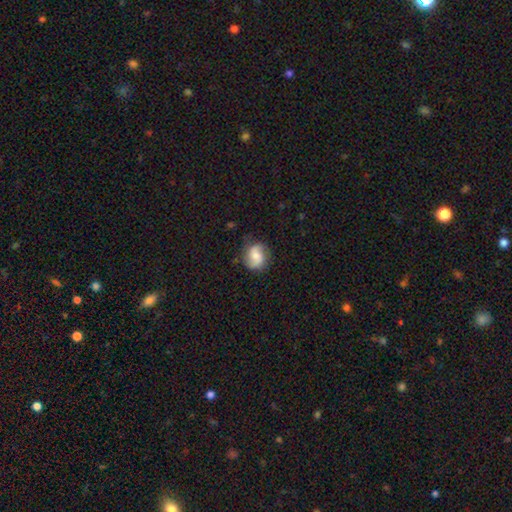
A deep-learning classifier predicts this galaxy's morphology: This appears to be a featured or disk galaxy (55%) with no bar (51%), spiral arms (91%) and a moderate central bulge (47%). Merging: none (77%).